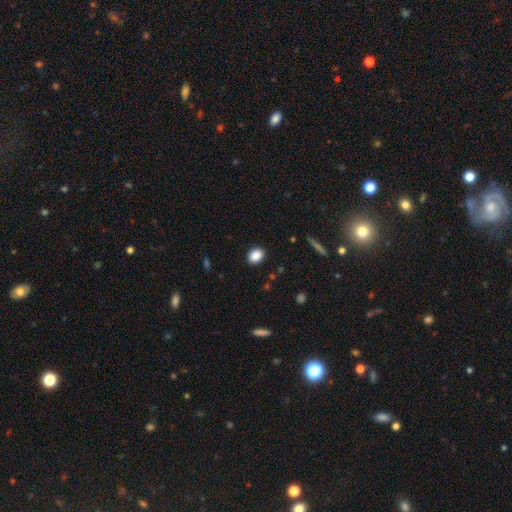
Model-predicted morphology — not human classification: Smooth or featured? Predicted: smooth (p=0.88). How rounded? Predicted: in between (p=0.59). Merging? Predicted: none (p=0.89).